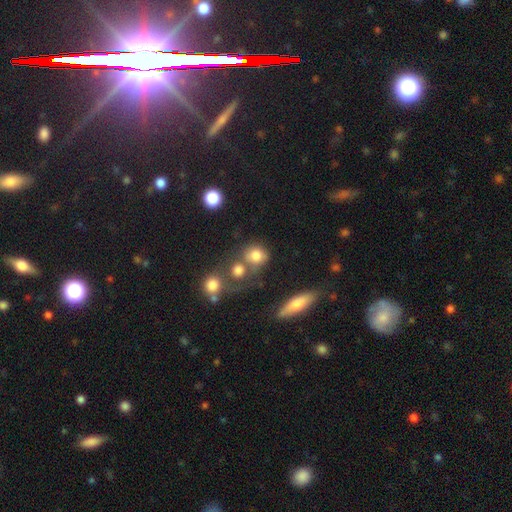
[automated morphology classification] Smooth or featured? Predicted: smooth (p=0.76). How rounded? Predicted: round (p=0.67). Merging? Predicted: none (p=0.46).